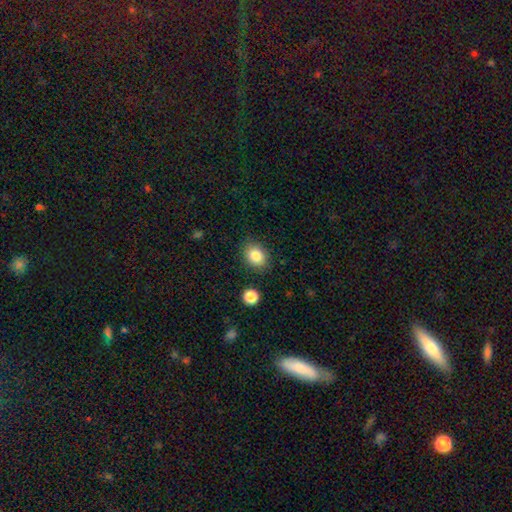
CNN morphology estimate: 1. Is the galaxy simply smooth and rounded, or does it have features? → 84% smooth, 9% star or artifact, 7% featured or disk.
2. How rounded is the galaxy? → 56% in between, 43% round, 1% cigar-shaped.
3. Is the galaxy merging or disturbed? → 85% none, 10% minor disturbance, 3% major disturbance, 2% merger.